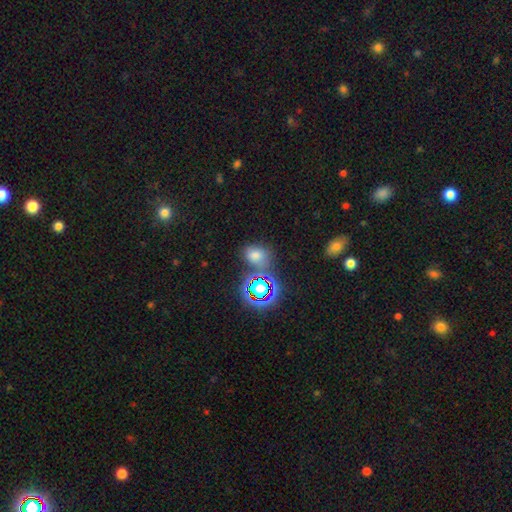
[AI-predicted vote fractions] smooth_or_featured: smooth (p=0.60) [alt: star or artifact p=0.31]
how_rounded: in between (p=0.66) [alt: round p=0.32]
merging: none (p=0.66) [alt: minor disturbance p=0.16]